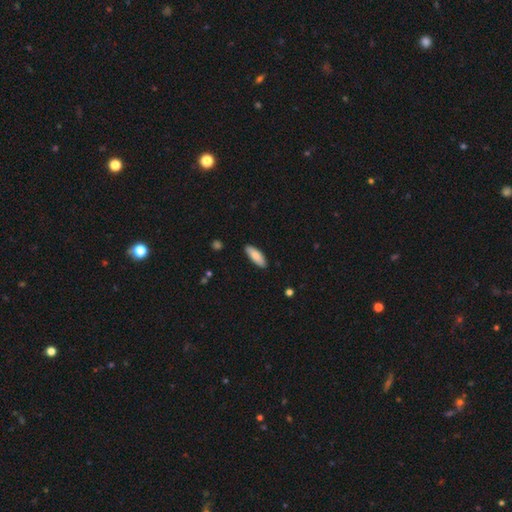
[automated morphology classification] Smooth or featured: smooth — 84% (featured or disk — 10%)
How rounded: in between — 62% (cigar-shaped — 36%)
Merging: none — 87% (minor disturbance — 10%)